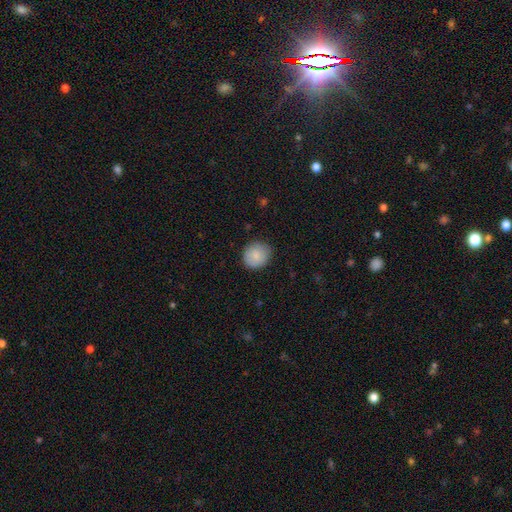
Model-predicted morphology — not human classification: A smooth galaxy with no disk features (85%) that is round (87%). Merging: none (84%).